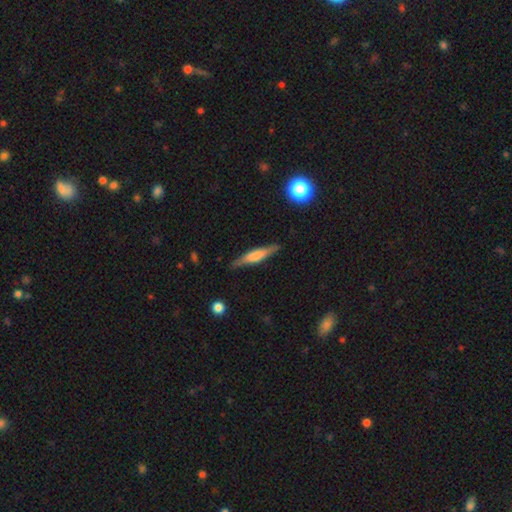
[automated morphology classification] Smooth or featured? featured or disk (49%)
Merging? none (84%)